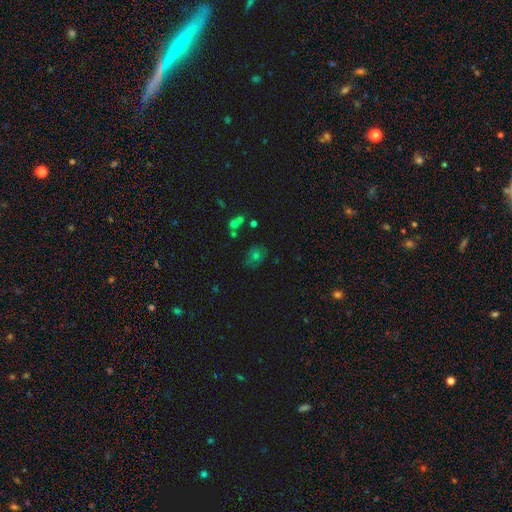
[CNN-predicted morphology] smooth 46%, star or artifact 33%, featured or disk 20%. Down the decision tree: merging — none (67%).